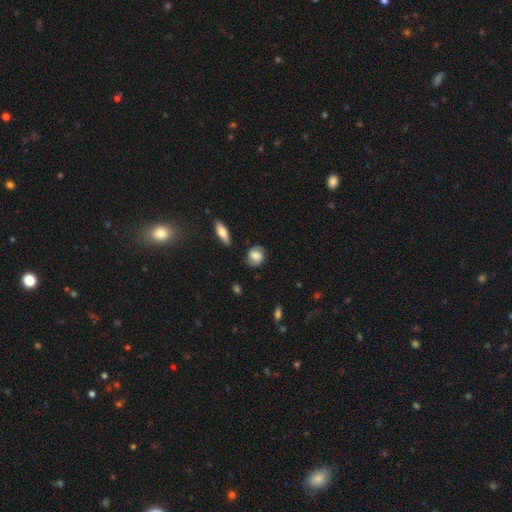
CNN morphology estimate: Q: Smooth or featured?
A: smooth (52%); runner-up: featured or disk (40%)
Q: How rounded?
A: round (60%); runner-up: in between (38%)
Q: Merging?
A: none (73%); runner-up: minor disturbance (19%)